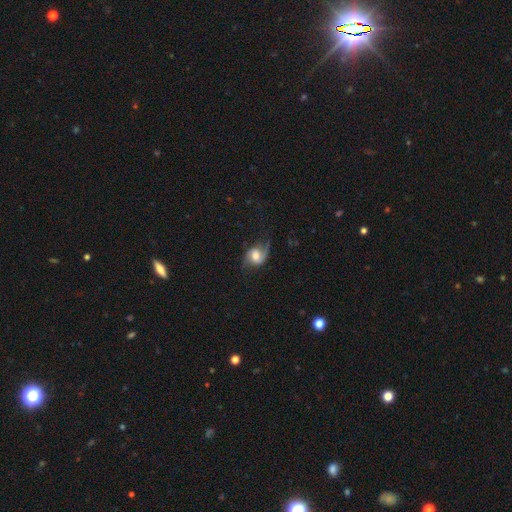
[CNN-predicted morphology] Overall: featured or disk (68%). Edge-on disk: no (97%). Bar: no (46%; weak 41%). Spiral arms: yes (93%). Spiral arm count: 2 (77%). Spiral winding: loose (54%; medium 35%). Bulge size: moderate (47%; large 30%). Merging: none (59%; minor disturbance 23%).